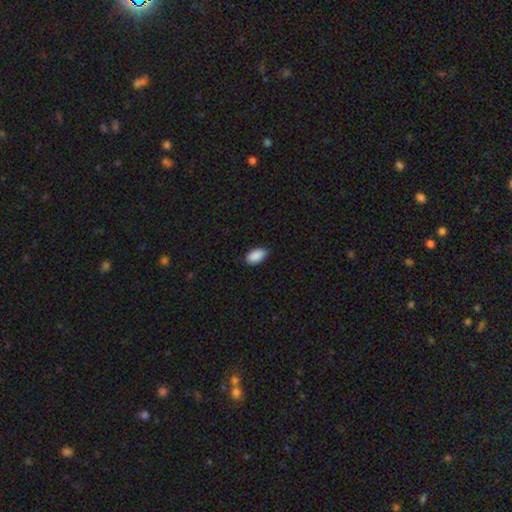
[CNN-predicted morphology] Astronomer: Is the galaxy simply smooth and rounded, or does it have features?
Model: smooth — 91%.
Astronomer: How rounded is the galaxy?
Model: in between — 95%.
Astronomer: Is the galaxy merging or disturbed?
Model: none — 86%.